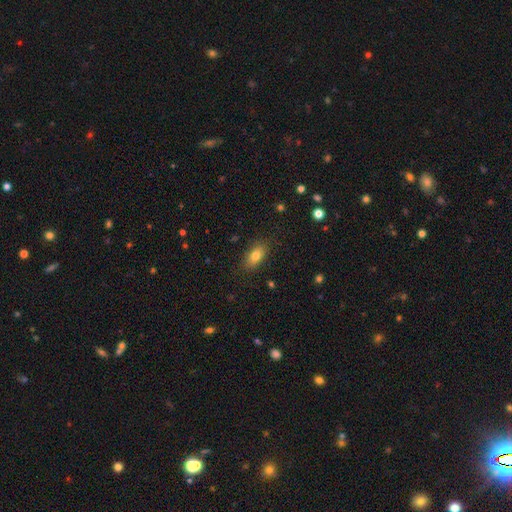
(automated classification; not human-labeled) Morphology: type=smooth (79%); roundness=in between (86%); merging=none (84%).